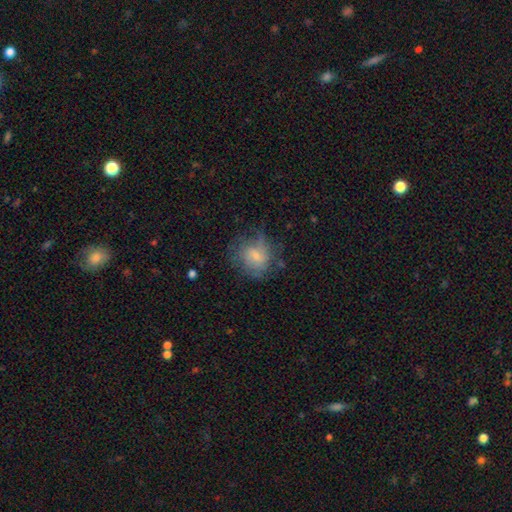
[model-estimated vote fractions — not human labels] A smooth galaxy with no disk features (52%) that is round (68%). Merging: none (54%).